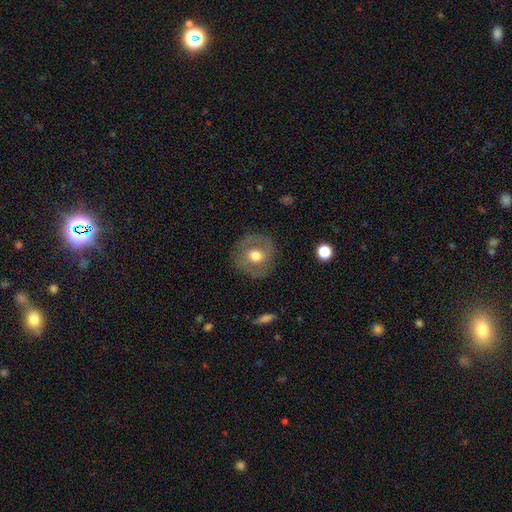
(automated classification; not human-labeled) The model was most divided on "smooth or featured": smooth: 47%, featured or disk: 45%, star or artifact: 8%. More confident: merging — none (81%).